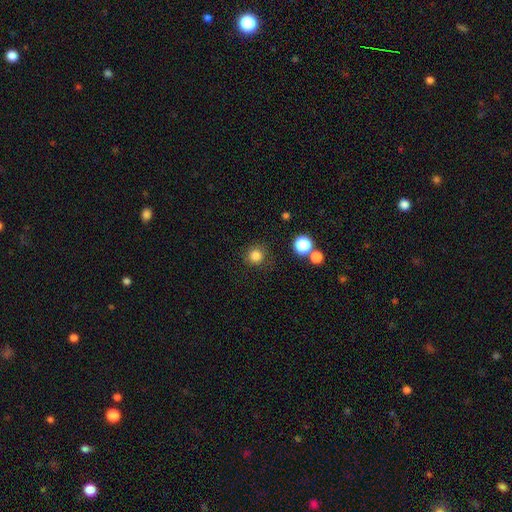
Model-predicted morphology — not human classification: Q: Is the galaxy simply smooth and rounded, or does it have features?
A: smooth — 84%.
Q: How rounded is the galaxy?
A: round — 93%.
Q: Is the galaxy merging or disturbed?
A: none — 85%.